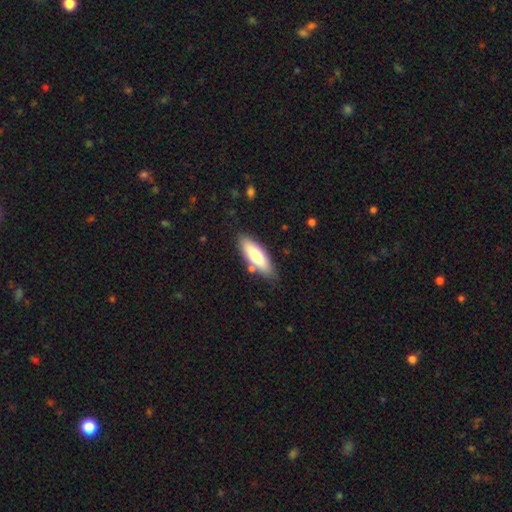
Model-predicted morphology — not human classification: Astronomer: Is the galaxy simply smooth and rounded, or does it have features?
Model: smooth — 77%.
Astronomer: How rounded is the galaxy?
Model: in between — 58% (runner-up: cigar-shaped, 41%).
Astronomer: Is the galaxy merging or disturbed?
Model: none — 80%.